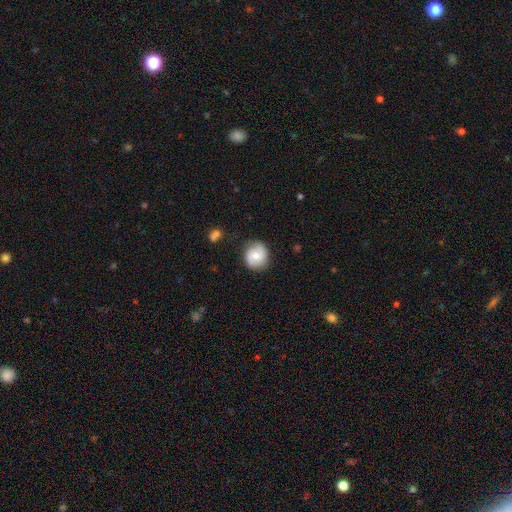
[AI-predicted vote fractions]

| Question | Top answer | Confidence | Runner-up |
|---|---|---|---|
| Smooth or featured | smooth | 55% | featured or disk (38%) |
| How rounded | round | 84% | in between (15%) |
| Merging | none | 78% | minor disturbance (16%) |